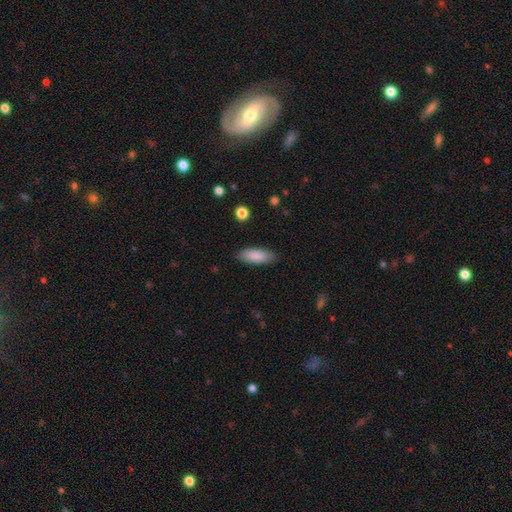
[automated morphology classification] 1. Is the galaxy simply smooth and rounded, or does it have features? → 88% smooth, 6% featured or disk, 6% star or artifact.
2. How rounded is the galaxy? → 73% in between, 26% cigar-shaped, 2% round.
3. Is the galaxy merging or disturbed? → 87% none, 9% minor disturbance, 2% major disturbance, 1% merger.